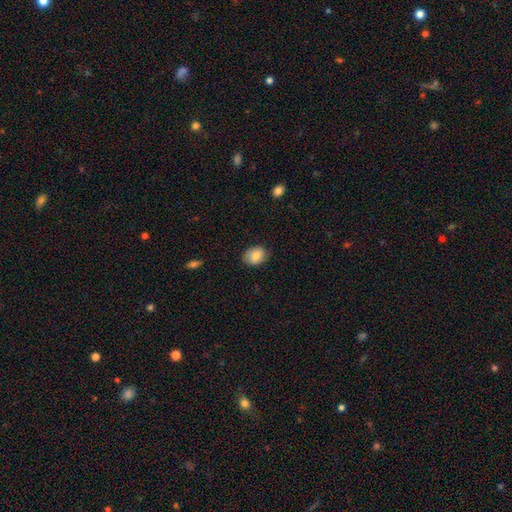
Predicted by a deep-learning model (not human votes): smooth-or-featured: smooth: 80% | featured or disk: 12% | star or artifact: 7%
  how-rounded: in between: 72% | round: 27% | cigar-shaped: 1%
  merging: none: 79% | minor disturbance: 17% | major disturbance: 3% | merger: 1%